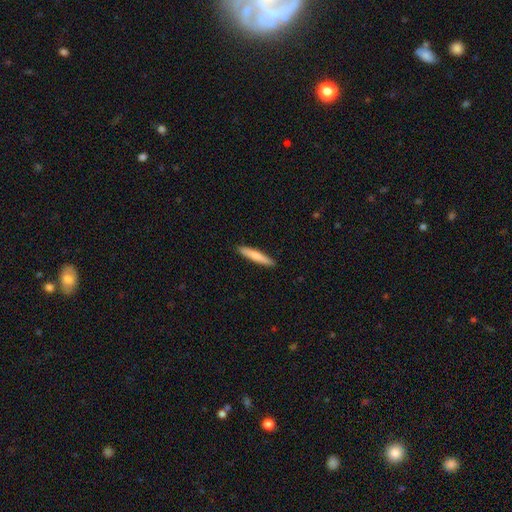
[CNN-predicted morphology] Smooth or featured? smooth (74%)
How rounded? cigar-shaped (92%)
Merging? none (91%)